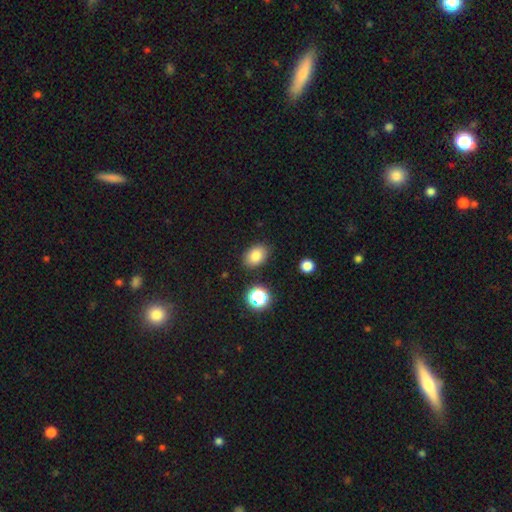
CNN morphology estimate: Q: Smooth or featured?
A: smooth (81%); runner-up: star or artifact (12%)
Q: How rounded?
A: in between (74%); runner-up: round (25%)
Q: Merging?
A: none (84%); runner-up: minor disturbance (11%)